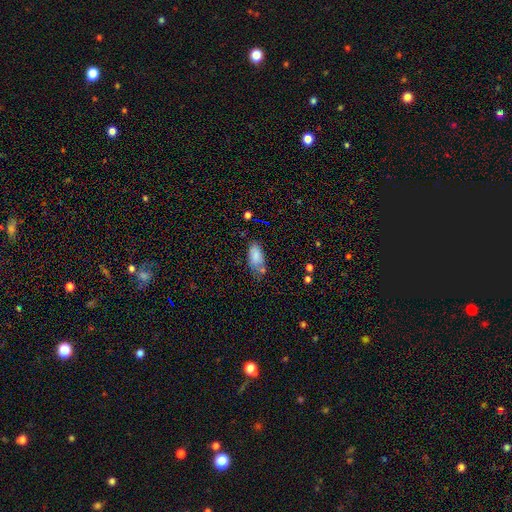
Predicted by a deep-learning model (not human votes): Smooth or featured: smooth — 81% (featured or disk — 11%)
How rounded: in between — 90% (cigar-shaped — 7%)
Merging: none — 50% (minor disturbance — 31%)